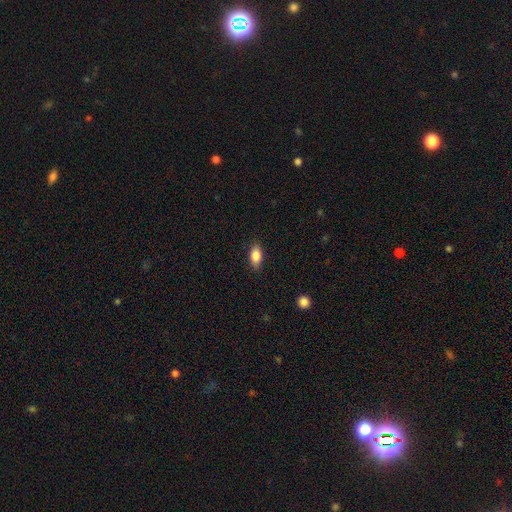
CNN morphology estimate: Smooth or featured? Predicted: smooth (p=0.86). How rounded? Predicted: in between (p=0.89). Merging? Predicted: none (p=0.86).